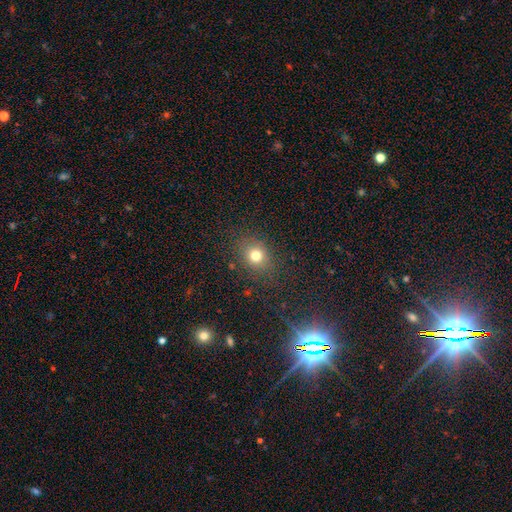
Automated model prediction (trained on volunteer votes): smooth_or_featured: smooth (p=0.76) [alt: star or artifact p=0.16]
how_rounded: round (p=0.67) [alt: in between p=0.31]
merging: none (p=0.83) [alt: minor disturbance p=0.10]